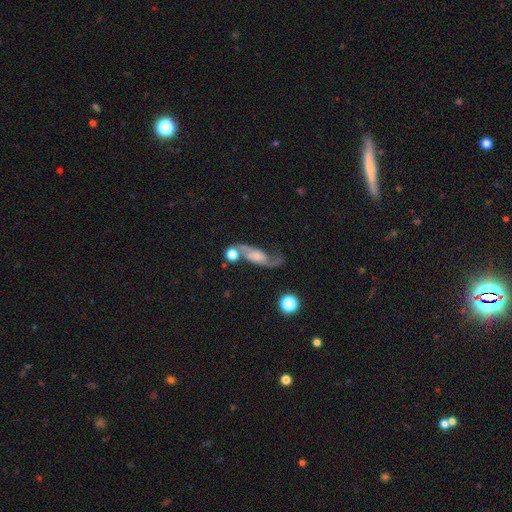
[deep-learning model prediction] This appears to be a featured or disk galaxy (78%) with no bar (54%), 2 (90%) loose (62%) spiral arms (95%) and a small central bulge (40%). Merging: none (56%).